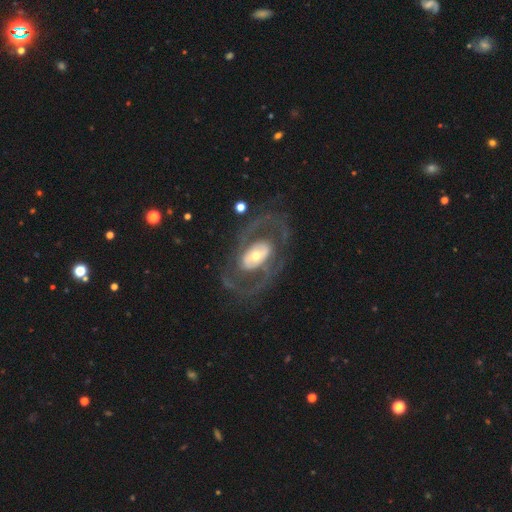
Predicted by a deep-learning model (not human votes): Smooth or featured? Predicted: featured or disk (p=0.81). Edge-on disk? Predicted: no (p=0.94). Bar? Predicted: no (p=0.53). Spiral arms? Predicted: yes (p=0.69). Spiral winding? Predicted: medium (p=0.46). Spiral arm count? Predicted: 2 (p=0.77). Bulge size? Predicted: moderate (p=0.50). Merging? Predicted: none (p=0.72).